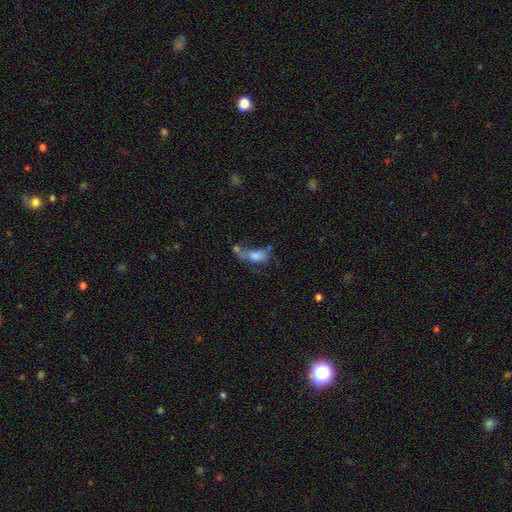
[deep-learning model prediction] Smooth or featured? smooth (60%)
How rounded? in between (75%)
Merging? merger (32%)